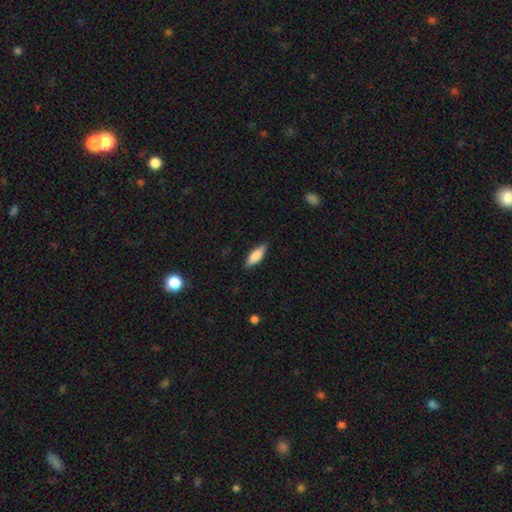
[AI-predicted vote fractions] smooth_or_featured: smooth (p=0.80) [alt: featured or disk p=0.14]
how_rounded: in between (p=0.58) [alt: cigar-shaped p=0.40]
merging: none (p=0.86) [alt: minor disturbance p=0.11]